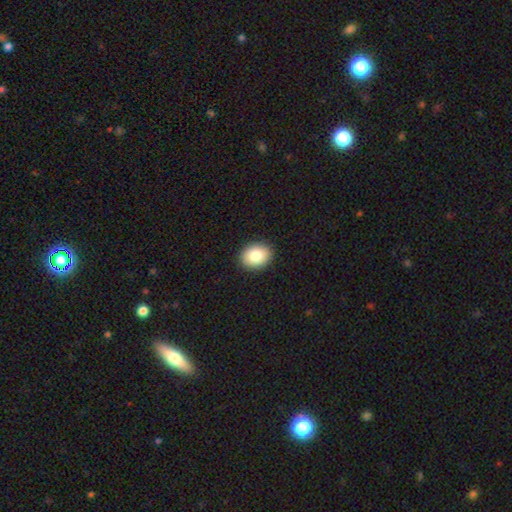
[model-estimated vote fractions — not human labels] Smooth or featured? smooth (85%)
How rounded? in between (59%)
Merging? none (90%)